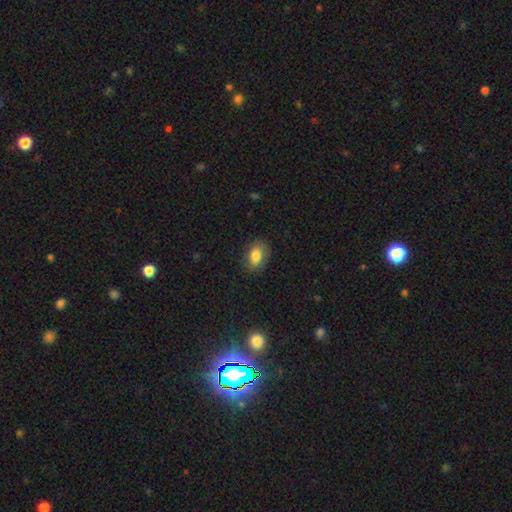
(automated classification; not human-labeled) smooth_or_featured: smooth (p=0.78) [alt: featured or disk p=0.14]
how_rounded: in between (p=0.84) [alt: round p=0.14]
merging: none (p=0.79) [alt: minor disturbance p=0.15]